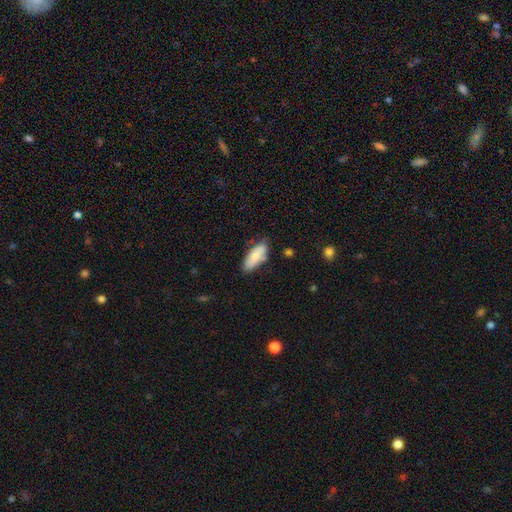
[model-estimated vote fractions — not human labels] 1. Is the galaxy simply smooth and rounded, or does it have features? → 81% smooth, 13% featured or disk, 6% star or artifact.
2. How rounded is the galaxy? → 76% in between, 22% cigar-shaped, 2% round.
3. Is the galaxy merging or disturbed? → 69% none, 22% minor disturbance, 4% merger, 4% major disturbance.